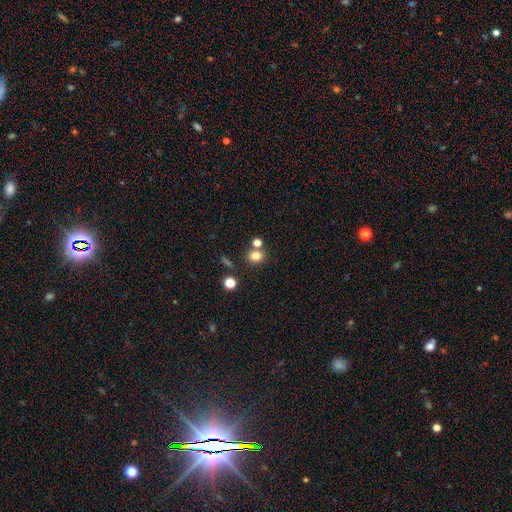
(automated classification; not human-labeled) smooth_or_featured: smooth (p=0.78) [alt: star or artifact p=0.14]
how_rounded: round (p=0.68) [alt: in between p=0.31]
merging: none (p=0.68) [alt: merger p=0.19]